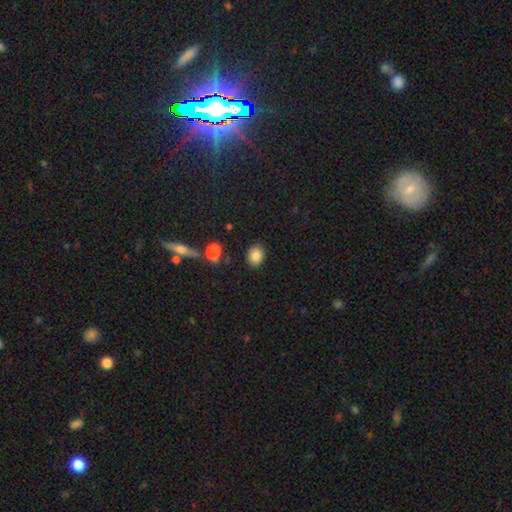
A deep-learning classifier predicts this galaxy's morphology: This is clearly a smooth galaxy (84%). How rounded: possibly round (52%). Merging: clearly none (84%).